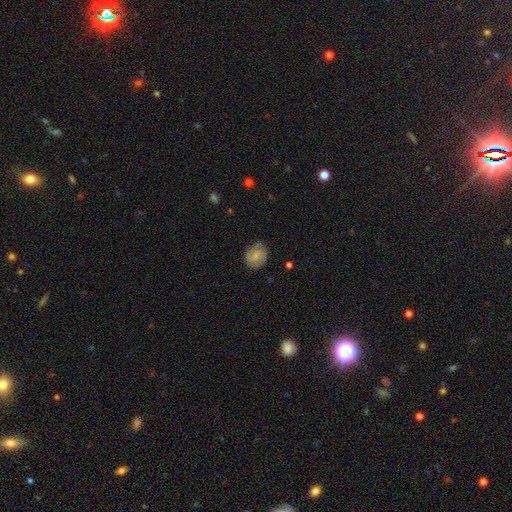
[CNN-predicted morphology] The model was most divided on "smooth or featured": smooth: 56%, featured or disk: 36%, star or artifact: 8%. More confident: merging — none (74%); how rounded — round (73%).